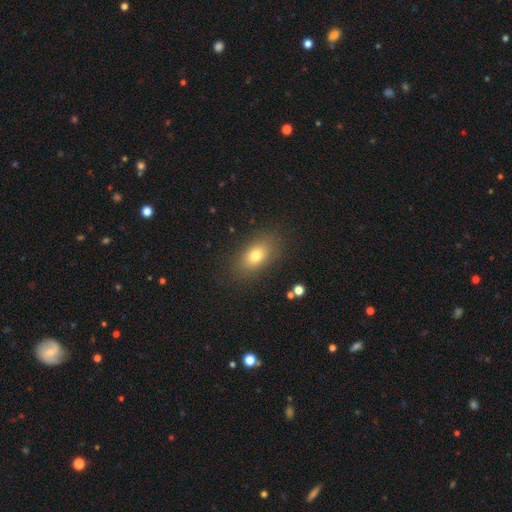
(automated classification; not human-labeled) Overall: smooth (76%). How rounded: in between (84%). Merging: none (85%).